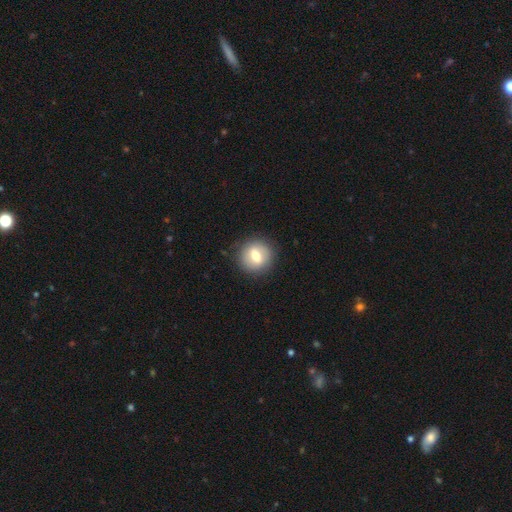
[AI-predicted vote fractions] This is likely a smooth galaxy (62%). How rounded: clearly round (87%). Merging: clearly none (88%).